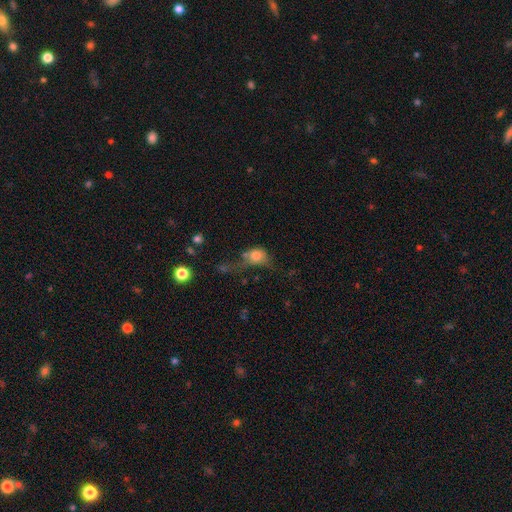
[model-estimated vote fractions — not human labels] smooth 70%, featured or disk 19%, star or artifact 11%. Down the decision tree: how rounded — in between (50%); merging — major disturbance (44%).